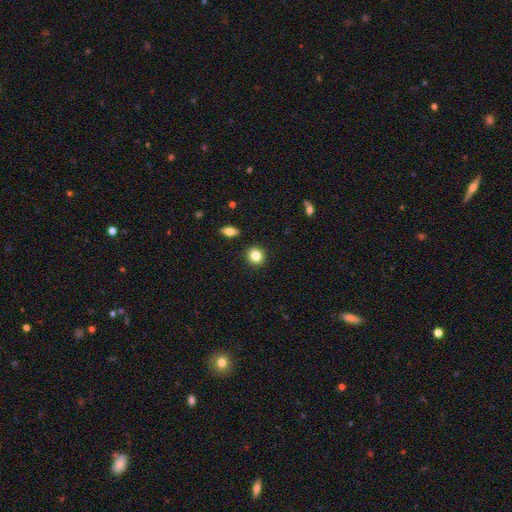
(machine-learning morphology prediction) Q: Smooth or featured?
A: smooth (84%); runner-up: star or artifact (10%)
Q: How rounded?
A: round (84%); runner-up: in between (15%)
Q: Merging?
A: none (91%); runner-up: minor disturbance (5%)